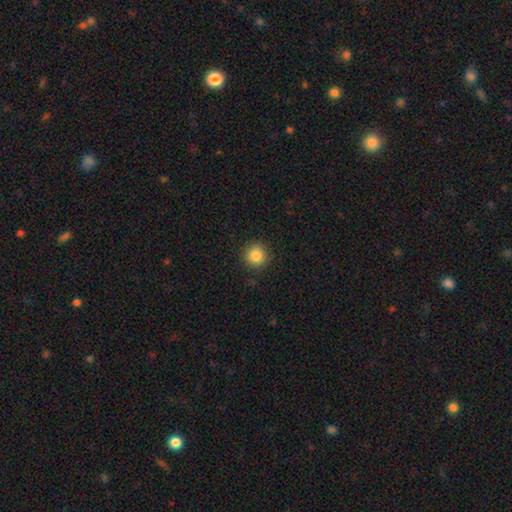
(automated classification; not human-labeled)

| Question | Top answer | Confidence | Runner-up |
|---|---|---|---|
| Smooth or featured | smooth | 85% | star or artifact (10%) |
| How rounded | round | 92% | in between (7%) |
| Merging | none | 90% | minor disturbance (7%) |